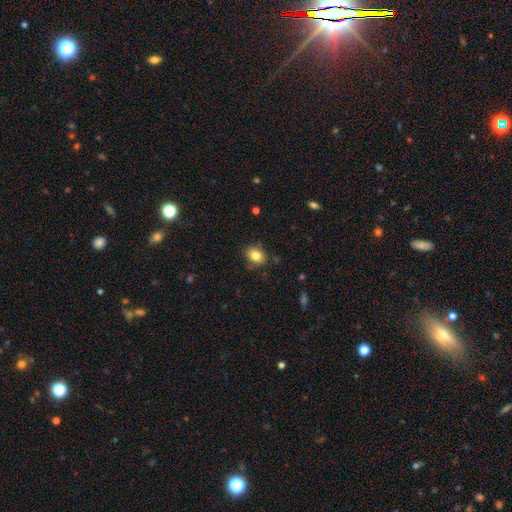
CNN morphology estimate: A smooth galaxy with no disk features (83%) that is in between round and cigar-shaped (54%). Merging: none (83%).